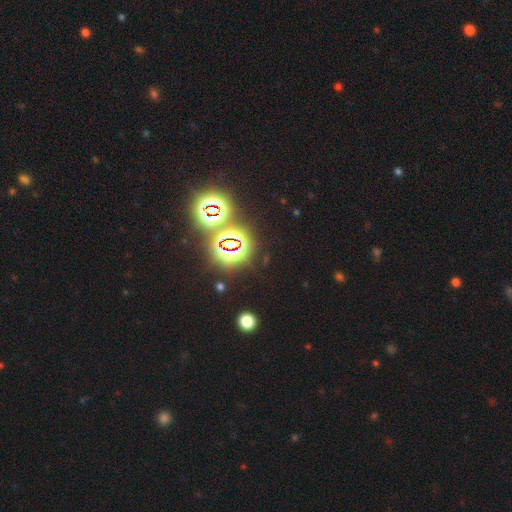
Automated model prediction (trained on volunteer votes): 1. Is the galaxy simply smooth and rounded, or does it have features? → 79% star or artifact, 15% smooth, 6% featured or disk.